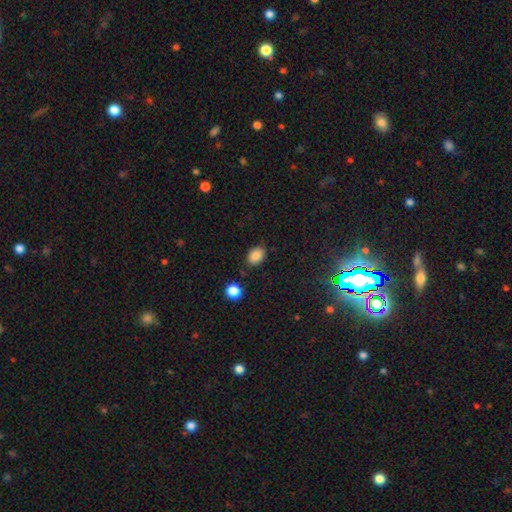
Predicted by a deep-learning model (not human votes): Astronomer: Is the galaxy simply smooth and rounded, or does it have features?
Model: smooth — 85%.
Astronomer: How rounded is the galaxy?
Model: in between — 68%.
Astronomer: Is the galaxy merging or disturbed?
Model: none — 77%.